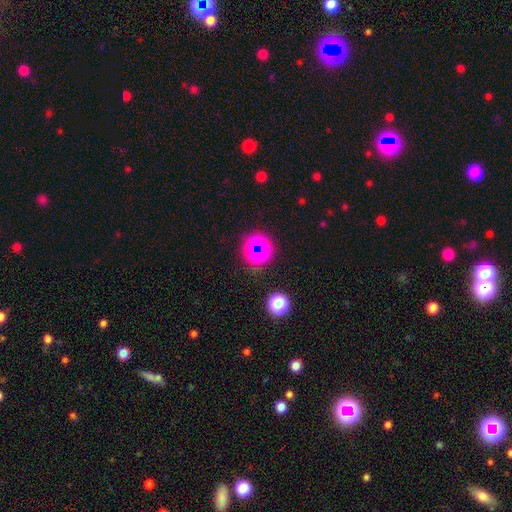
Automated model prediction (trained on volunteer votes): A star or artifact, not a galaxy (61%).